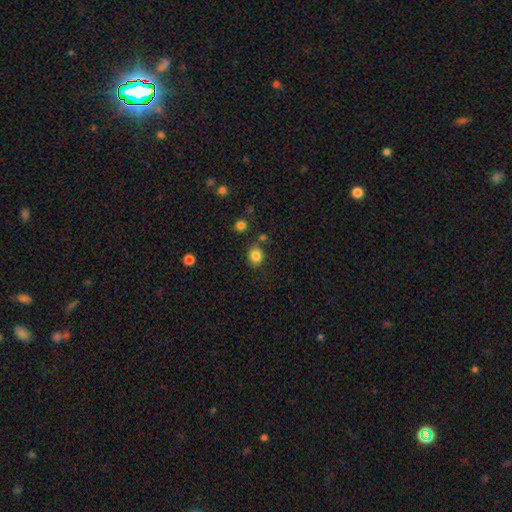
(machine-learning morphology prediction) This appears to be a smooth galaxy with no disk features (84%) that is round (74%). Merging: none (78%).